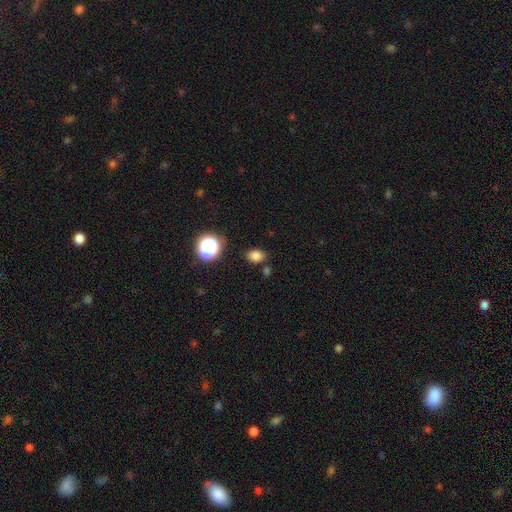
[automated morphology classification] Smooth or featured? smooth (80%)
How rounded? in between (63%)
Merging? none (81%)